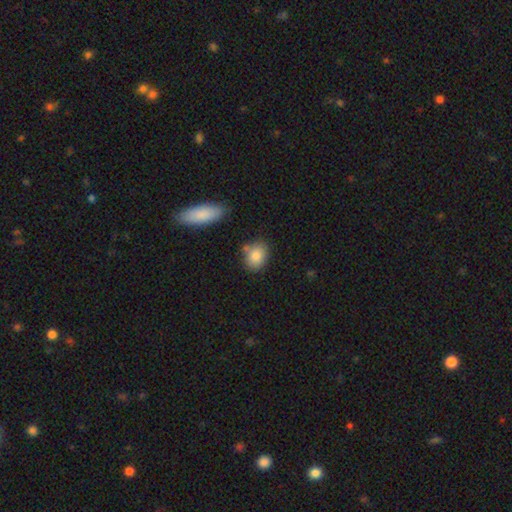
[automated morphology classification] A smooth galaxy with no disk features (84%) that is in between round and cigar-shaped (55%). Merging: none (72%).